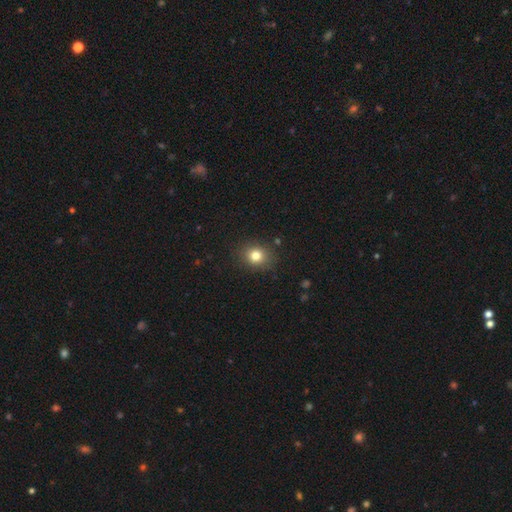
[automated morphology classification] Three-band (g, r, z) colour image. It shows a smooth galaxy with no disk features (80%) that is round (69%). Merging: none (87%).